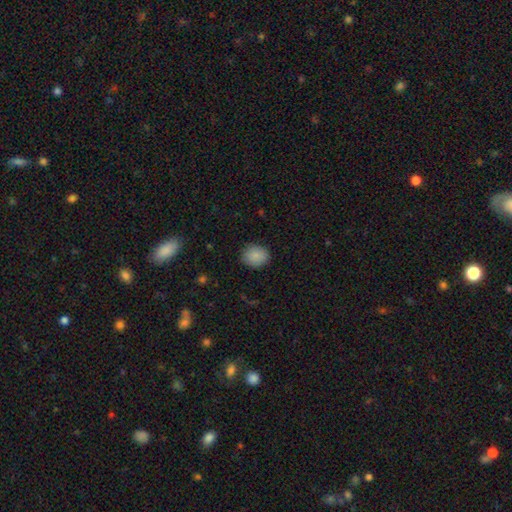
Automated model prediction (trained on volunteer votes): Morphology: type=smooth (87%); roundness=round (63%); merging=none (86%).